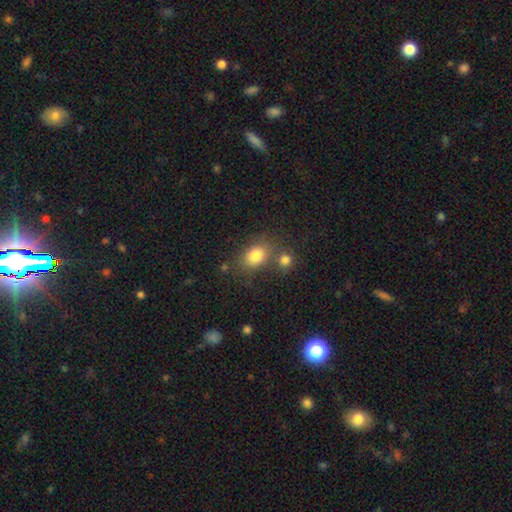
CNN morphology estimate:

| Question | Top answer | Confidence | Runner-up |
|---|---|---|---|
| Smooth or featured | smooth | 81% | star or artifact (10%) |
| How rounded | in between | 68% | round (31%) |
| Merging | none | 60% | merger (22%) |